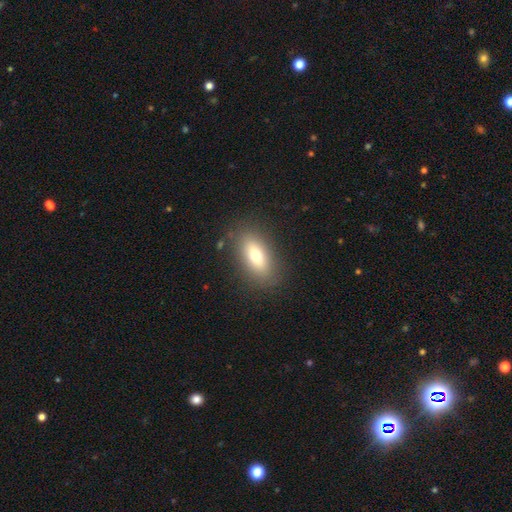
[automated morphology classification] type=smooth (69%); roundness=in between (81%); merging=none (85%).